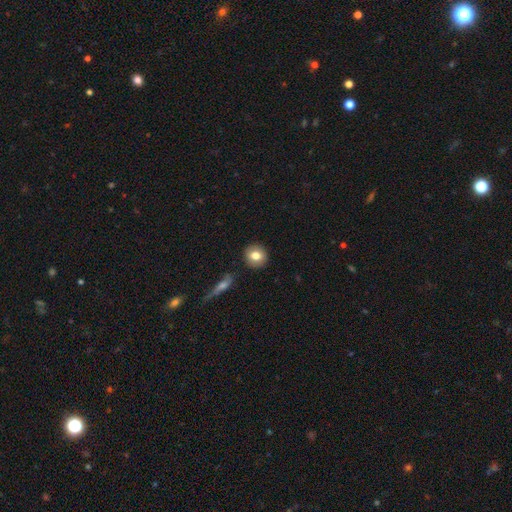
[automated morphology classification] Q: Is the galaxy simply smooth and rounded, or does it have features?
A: smooth — 79%.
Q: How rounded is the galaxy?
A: round — 85%.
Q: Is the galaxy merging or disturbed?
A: none — 89%.